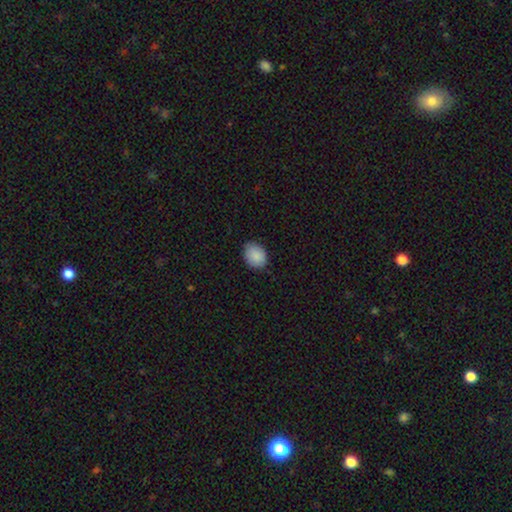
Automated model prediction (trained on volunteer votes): Smooth or featured: smooth — 89% (star or artifact — 7%)
How rounded: in between — 60% (round — 39%)
Merging: none — 80% (minor disturbance — 16%)